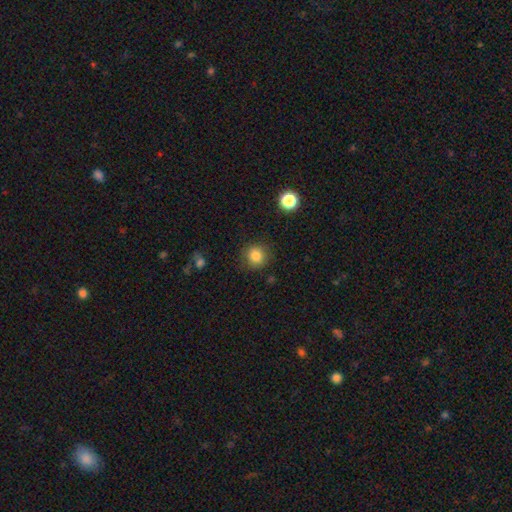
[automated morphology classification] Smooth or featured? Predicted: smooth (p=0.83). How rounded? Predicted: round (p=0.89). Merging? Predicted: none (p=0.86).